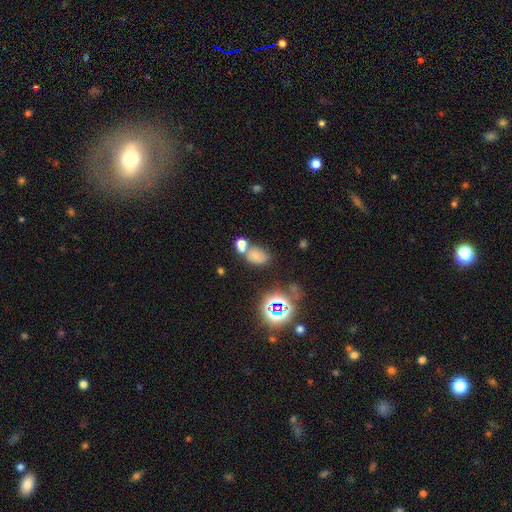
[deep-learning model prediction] A smooth galaxy with no disk features (61%) that is in between round and cigar-shaped (77%). Merging: none (46%).